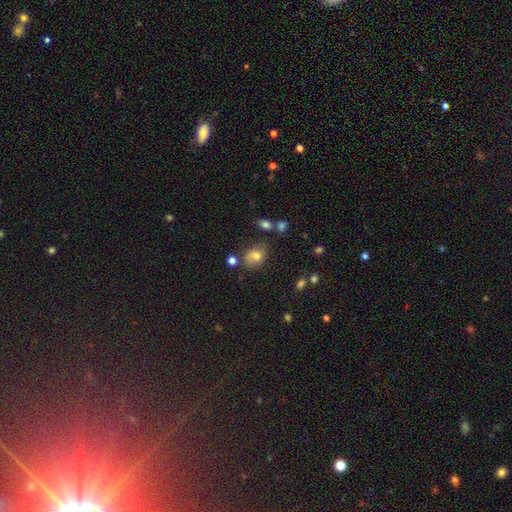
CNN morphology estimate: Smooth or featured? Predicted: smooth (p=0.74). How rounded? Predicted: in between (p=0.57). Merging? Predicted: none (p=0.64).